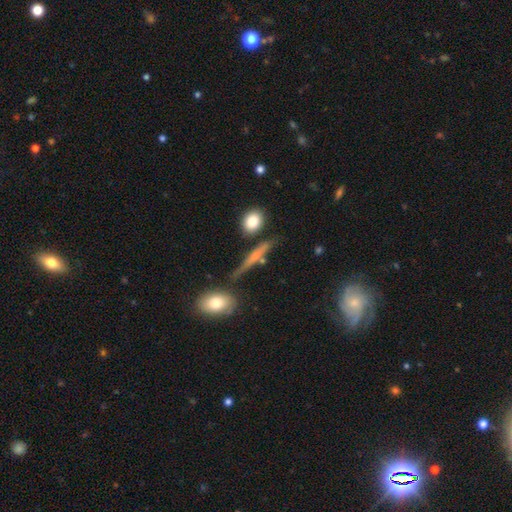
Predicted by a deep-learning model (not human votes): Overall: smooth (49%; featured or disk 41%). Merging: none (75%).